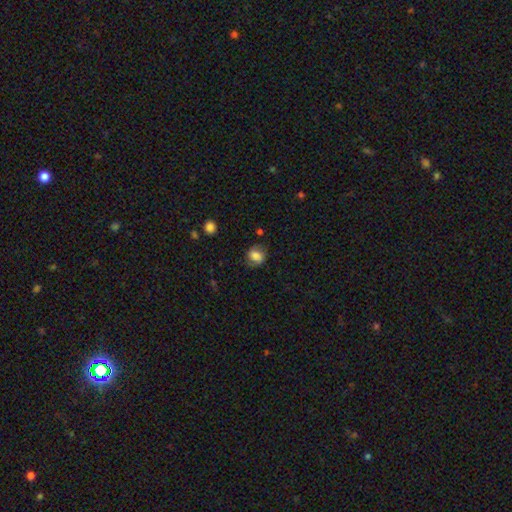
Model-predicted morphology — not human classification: Smooth or featured? smooth (66%)
How rounded? round (54%)
Merging? none (69%)